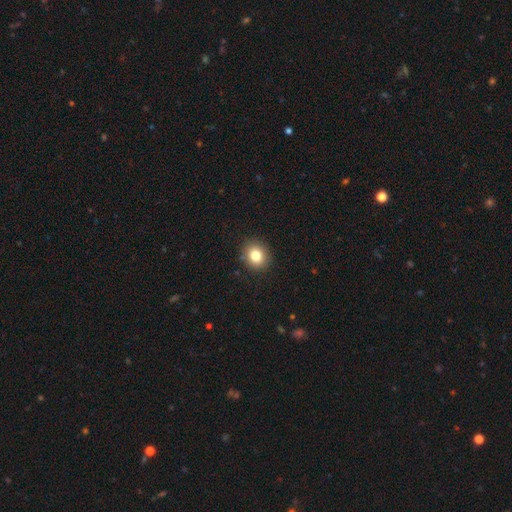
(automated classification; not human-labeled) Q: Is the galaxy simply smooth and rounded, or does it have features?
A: smooth — 81%.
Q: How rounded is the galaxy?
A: round — 73%.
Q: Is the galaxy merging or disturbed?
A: none — 90%.